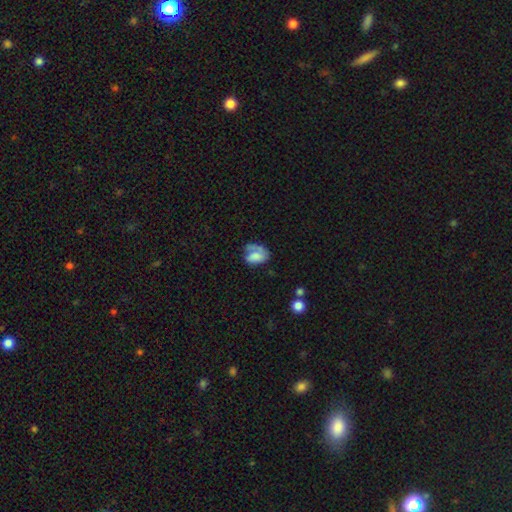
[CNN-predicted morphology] Q: Smooth or featured?
A: smooth (49%); runner-up: featured or disk (42%)
Q: Merging?
A: none (38%); runner-up: major disturbance (32%)